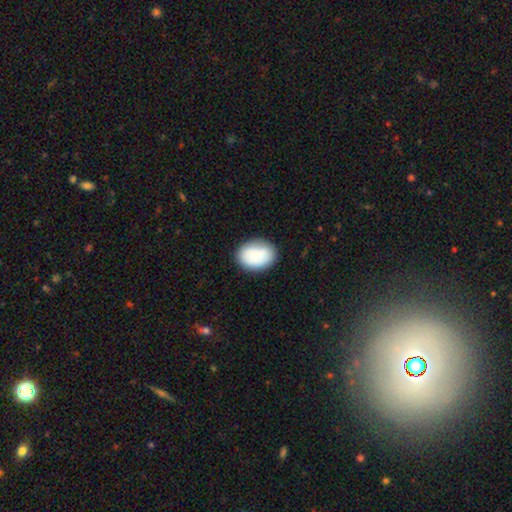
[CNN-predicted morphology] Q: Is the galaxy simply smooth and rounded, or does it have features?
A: smooth — 81%.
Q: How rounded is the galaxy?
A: in between — 77%.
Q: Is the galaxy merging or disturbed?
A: none — 78%.